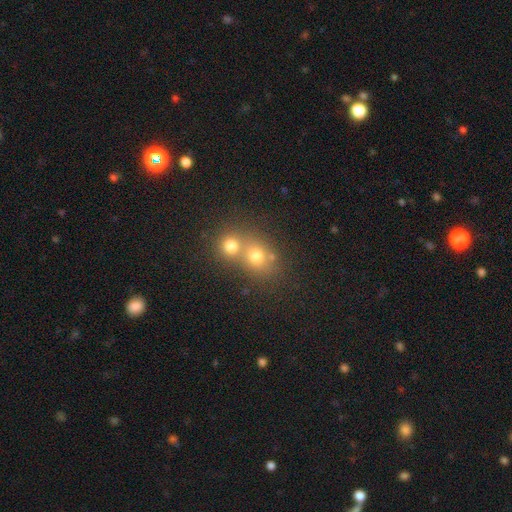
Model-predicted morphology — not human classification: Smooth or featured: smooth — 59% (star or artifact — 26%)
How rounded: round — 75% (in between — 23%)
Merging: merger — 54% (none — 38%)